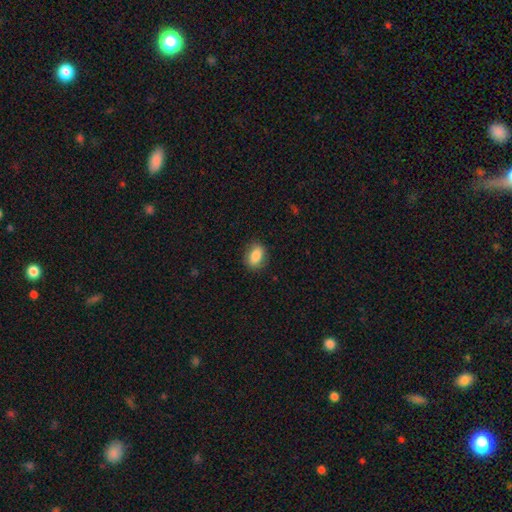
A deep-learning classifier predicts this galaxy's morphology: Smooth or featured? Predicted: smooth (p=0.85). How rounded? Predicted: in between (p=0.81). Merging? Predicted: none (p=0.83).